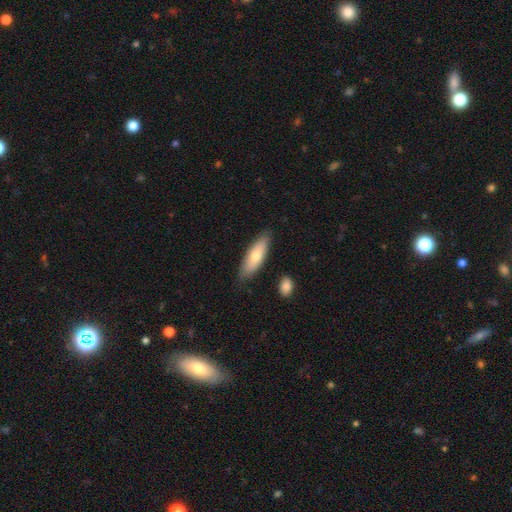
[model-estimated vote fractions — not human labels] Morphology: type=smooth (71%); roundness=in between (53%); merging=none (81%).